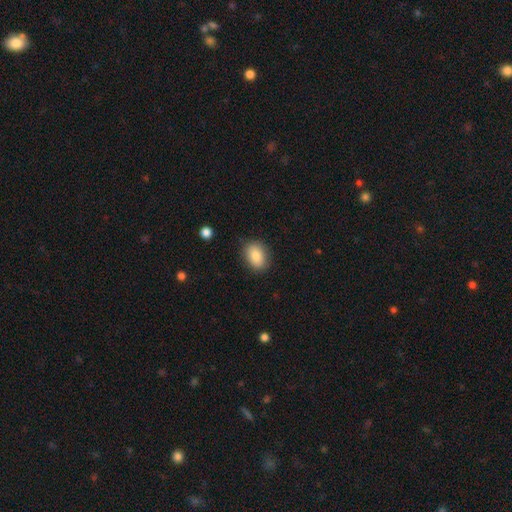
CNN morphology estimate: A smooth galaxy with no disk features (84%) that is in between round and cigar-shaped (73%). Merging: none (84%).